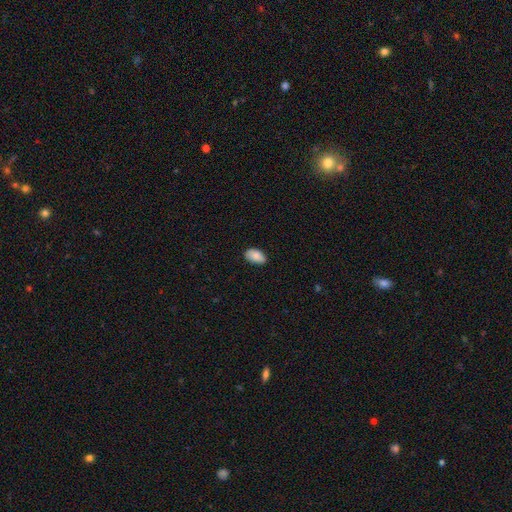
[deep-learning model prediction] Smooth or featured?
  - smooth: 86% *
  - star or artifact: 7%
  - featured or disk: 7%
How rounded?
  - in between: 94% *
  - round: 4%
  - cigar-shaped: 2%
Merging?
  - none: 78% *
  - minor disturbance: 19%
  - major disturbance: 3%
  - merger: 1%